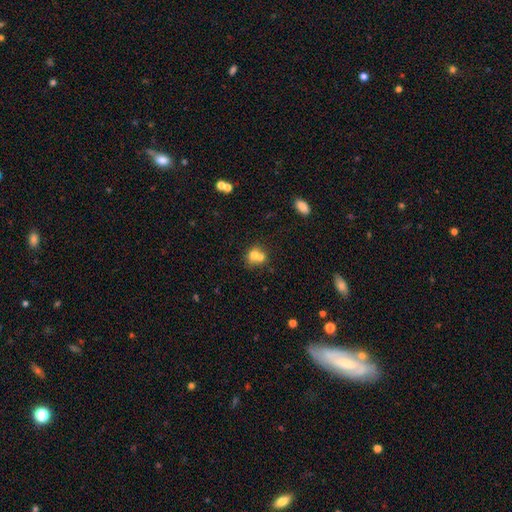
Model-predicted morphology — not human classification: type=smooth (69%); roundness=round (70%); merging=merger (59%).